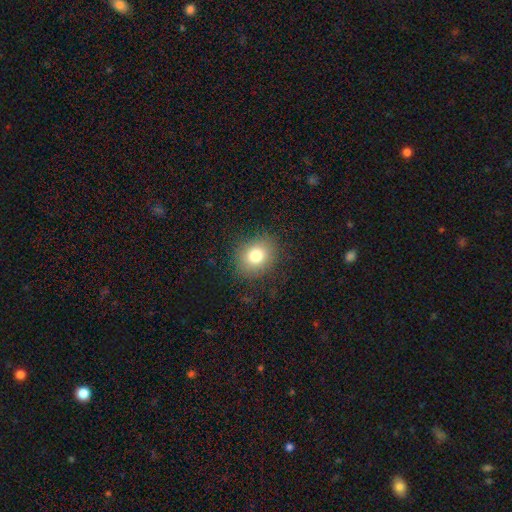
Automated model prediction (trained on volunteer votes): Smooth or featured? Predicted: smooth (p=0.78). How rounded? Predicted: round (p=0.64). Merging? Predicted: none (p=0.85).